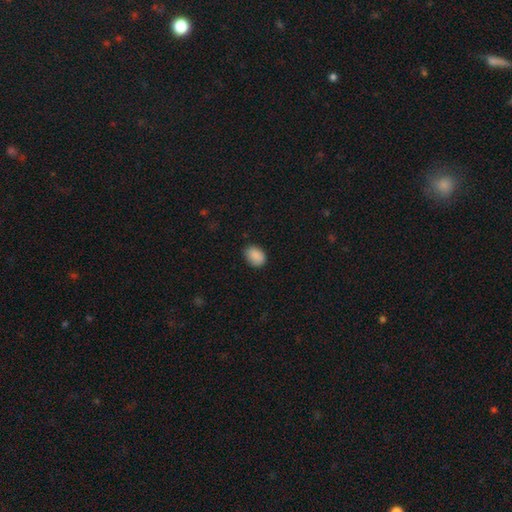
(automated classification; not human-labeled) This appears to be a smooth galaxy with no disk features (89%) that is in between round and cigar-shaped (71%). Merging: none (81%).